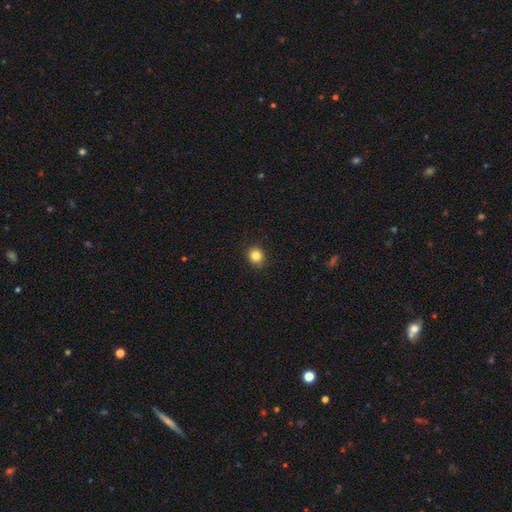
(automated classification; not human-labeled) Q: Smooth or featured?
A: smooth (84%); runner-up: star or artifact (11%)
Q: How rounded?
A: round (87%); runner-up: in between (13%)
Q: Merging?
A: none (89%); runner-up: minor disturbance (8%)